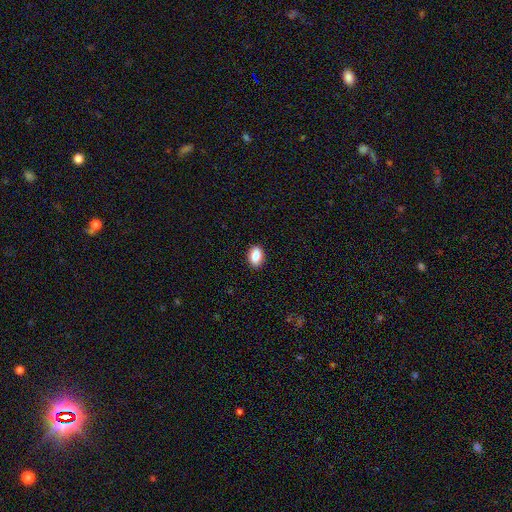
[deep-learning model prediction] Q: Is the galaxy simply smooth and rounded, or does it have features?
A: smooth — 86%.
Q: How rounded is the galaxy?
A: in between — 84%.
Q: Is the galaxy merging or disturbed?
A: none — 89%.